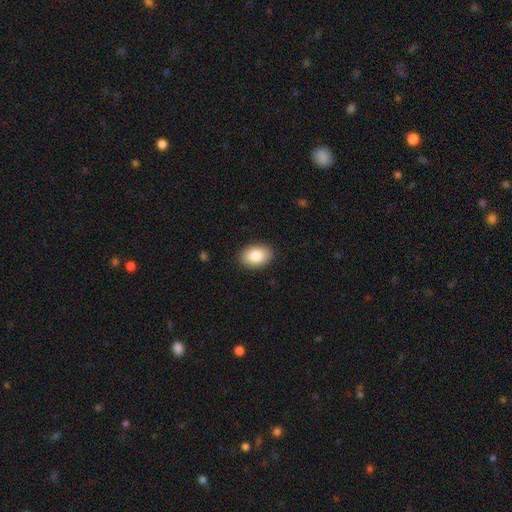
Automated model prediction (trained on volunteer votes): Smooth or featured? Predicted: smooth (p=0.86). How rounded? Predicted: in between (p=0.86). Merging? Predicted: none (p=0.89).